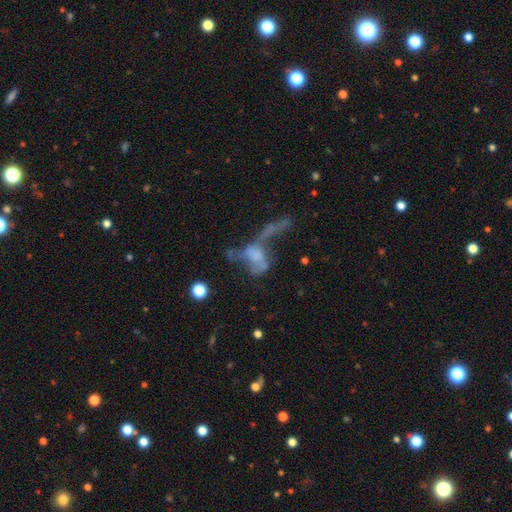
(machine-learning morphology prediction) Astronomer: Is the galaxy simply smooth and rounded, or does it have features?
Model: featured or disk — 49% (runner-up: smooth, 36%).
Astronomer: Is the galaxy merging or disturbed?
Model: major disturbance — 41% (runner-up: merger, 36%).